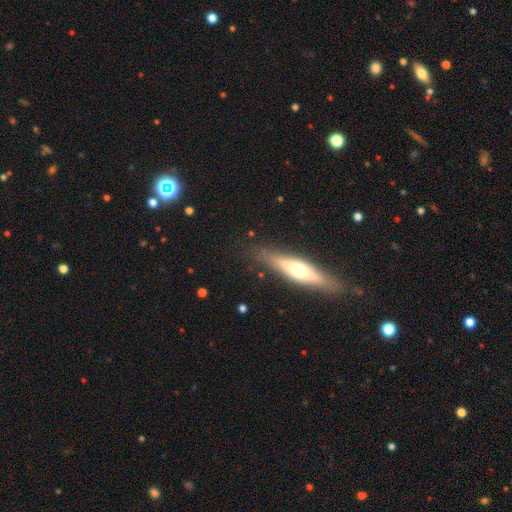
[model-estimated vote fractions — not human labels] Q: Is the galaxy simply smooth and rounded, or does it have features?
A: featured or disk — 59%.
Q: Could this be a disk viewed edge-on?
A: yes — 90%.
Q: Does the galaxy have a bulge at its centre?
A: rounded — 85%.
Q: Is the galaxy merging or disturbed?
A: none — 85%.